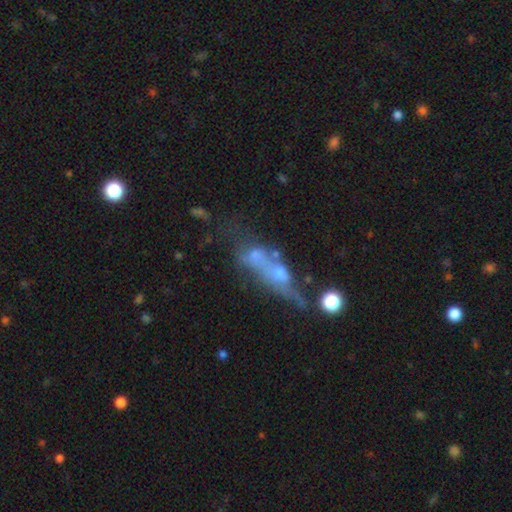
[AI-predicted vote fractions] This appears to be a featured or disk galaxy (46%). Merging: merger (32%).